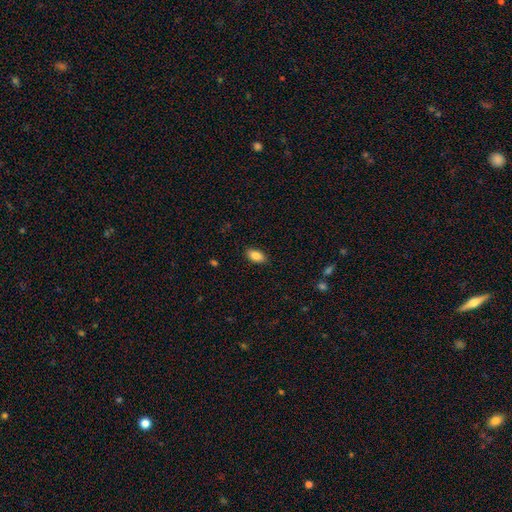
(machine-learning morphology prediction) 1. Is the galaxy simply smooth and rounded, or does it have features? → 86% smooth, 7% star or artifact, 7% featured or disk.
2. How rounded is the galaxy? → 91% in between, 5% cigar-shaped, 4% round.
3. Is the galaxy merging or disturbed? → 87% none, 10% minor disturbance, 2% major disturbance, 1% merger.